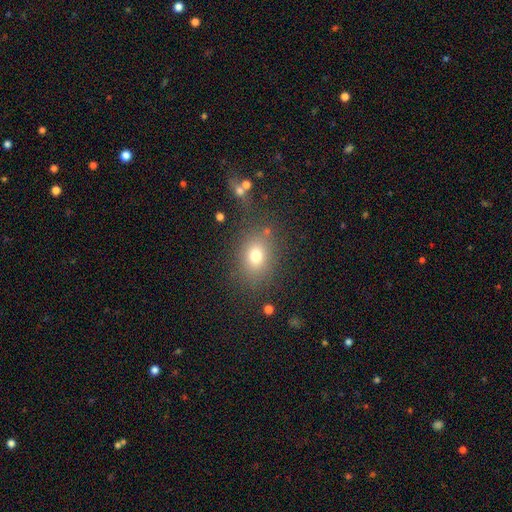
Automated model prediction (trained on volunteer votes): smooth-or-featured: smooth: 74% | star or artifact: 15% | featured or disk: 11%
  how-rounded: in between: 58% | round: 41% | cigar-shaped: 1%
  merging: none: 78% | minor disturbance: 12% | major disturbance: 6% | merger: 4%